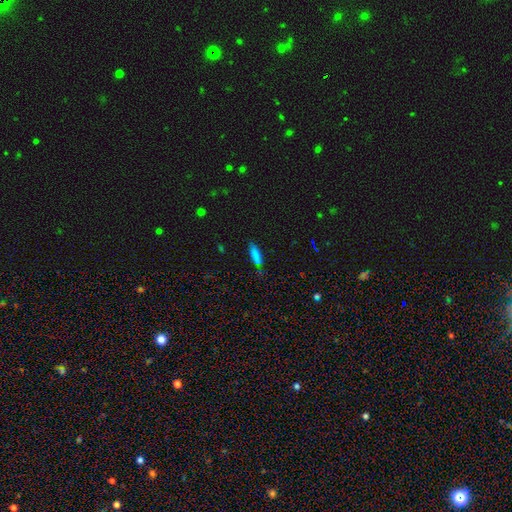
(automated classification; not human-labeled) A smooth galaxy with no disk features (81%) that is cigar-shaped (59%).

Vote fractions:
- Smooth or featured? smooth: 81% / star or artifact: 11% / featured or disk: 8%
- How rounded? cigar-shaped: 59% / in between: 39% / round: 2%
- Merging? none: 76% / minor disturbance: 18% / major disturbance: 3% / merger: 3%